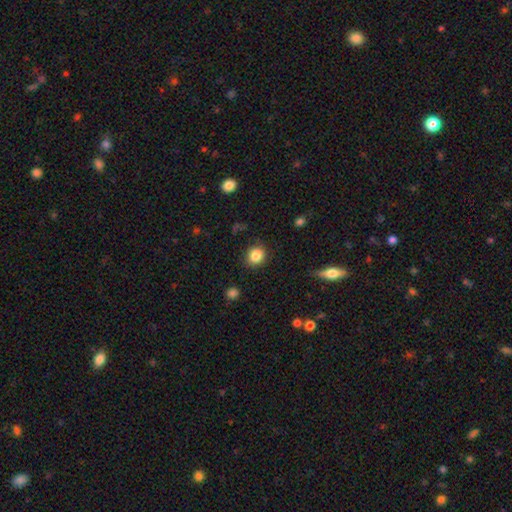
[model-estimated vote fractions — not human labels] A smooth galaxy with no disk features (86%) that is round (81%).

Vote fractions:
- Smooth or featured? smooth: 86% / star or artifact: 10% / featured or disk: 5%
- How rounded? round: 81% / in between: 18% / cigar-shaped: 1%
- Merging? none: 87% / minor disturbance: 9% / major disturbance: 3% / merger: 1%